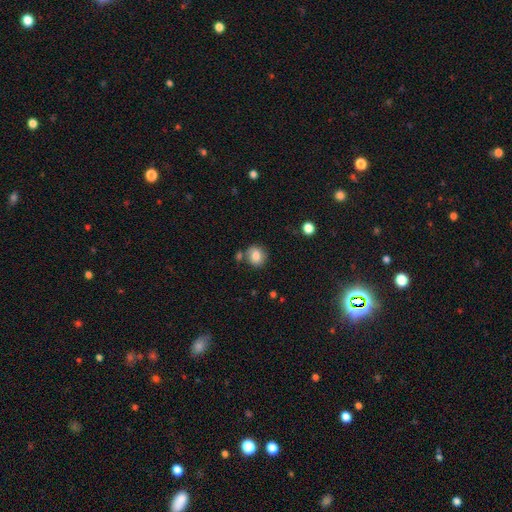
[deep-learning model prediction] The model was most divided on "merging": none: 72%, minor disturbance: 13%, merger: 11%, major disturbance: 4%. More confident: how rounded — round (82%); smooth or featured — smooth (80%).